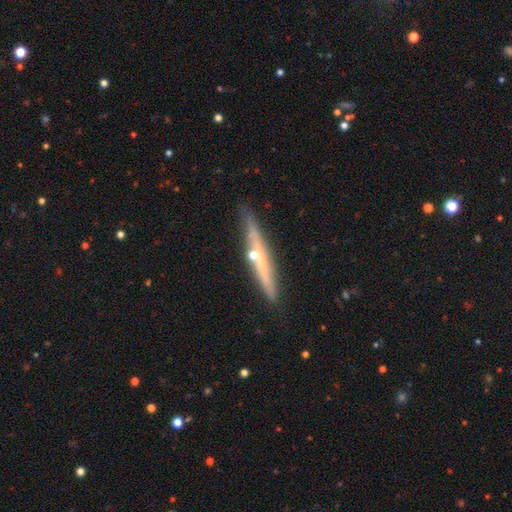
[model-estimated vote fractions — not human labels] Overall: featured or disk (55%; smooth 37%). Edge-on disk: yes (92%). Edge-on bulge: rounded (57%; none 38%). Merging: none (80%).